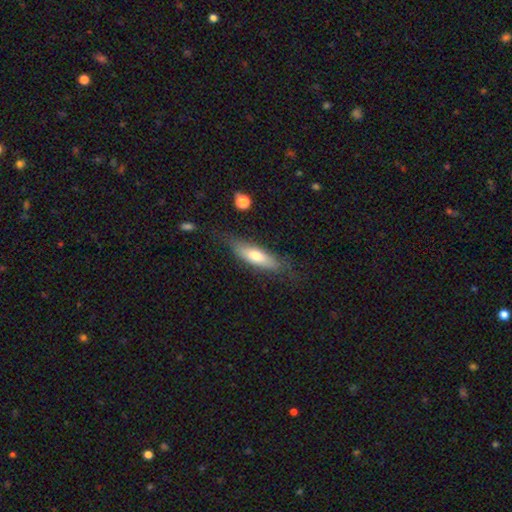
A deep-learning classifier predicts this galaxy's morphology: The model was most divided on "how rounded": cigar-shaped: 51%, in between: 46%, round: 2%. More confident: merging — none (72%); smooth or featured — smooth (63%).